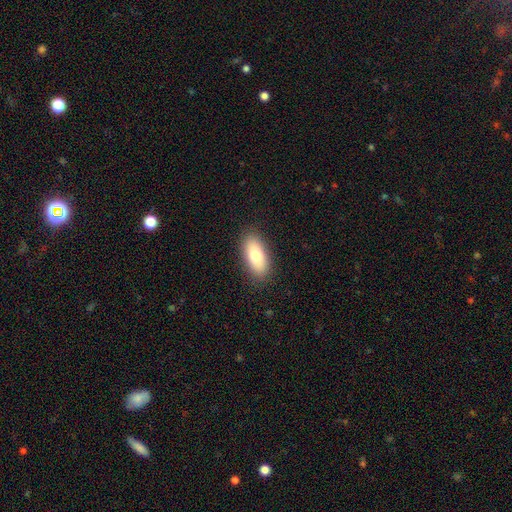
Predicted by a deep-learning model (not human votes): Q: Smooth or featured?
A: smooth (76%); runner-up: featured or disk (17%)
Q: How rounded?
A: in between (86%); runner-up: cigar-shaped (11%)
Q: Merging?
A: none (88%); runner-up: minor disturbance (8%)